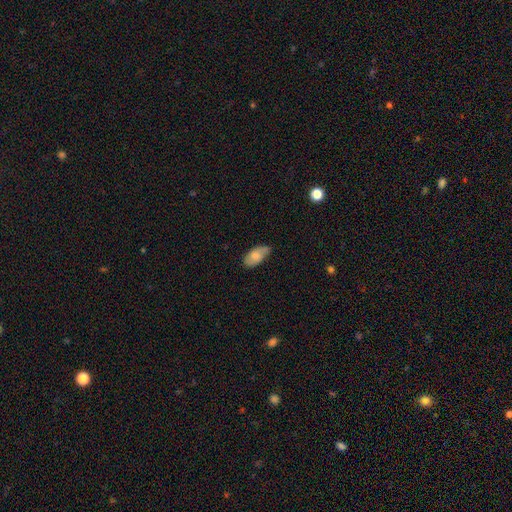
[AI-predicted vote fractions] smooth-or-featured: smooth: 71% | featured or disk: 22% | star or artifact: 7%
  how-rounded: in between: 92% | cigar-shaped: 5% | round: 3%
  merging: none: 61% | minor disturbance: 31% | major disturbance: 6% | merger: 2%